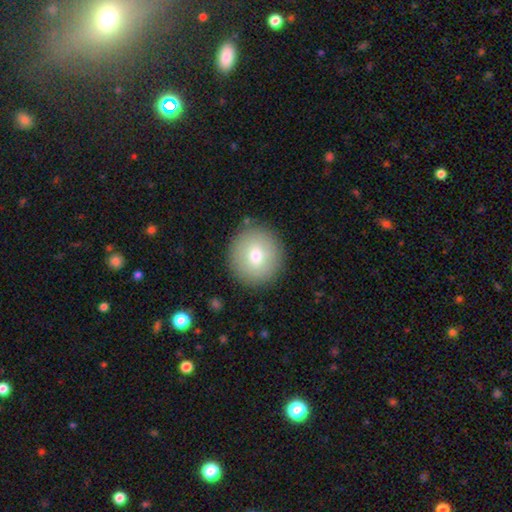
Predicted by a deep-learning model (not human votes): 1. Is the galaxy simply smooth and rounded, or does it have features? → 73% smooth, 19% featured or disk, 8% star or artifact.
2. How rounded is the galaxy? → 91% round, 8% in between, 1% cigar-shaped.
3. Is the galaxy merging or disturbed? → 88% none, 8% minor disturbance, 3% major disturbance, 2% merger.